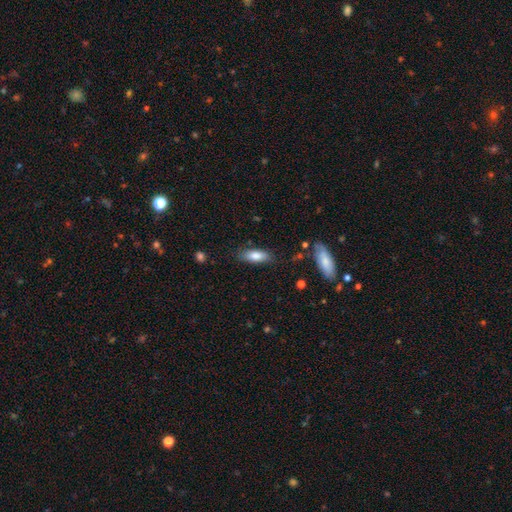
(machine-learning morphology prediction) type=smooth (81%); roundness=in between (69%); merging=none (81%).